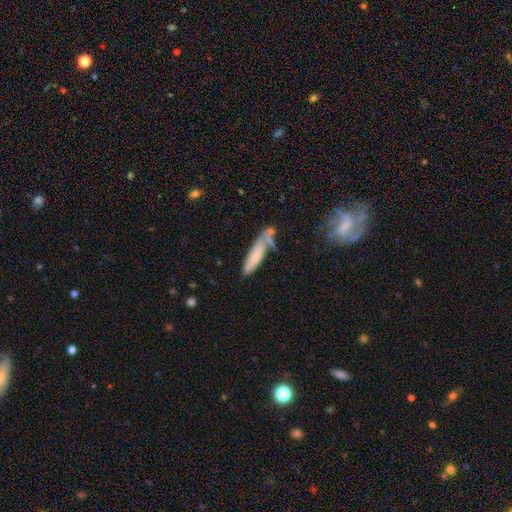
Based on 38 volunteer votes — Q: Smooth or featured?
A: smooth (74%); runner-up: featured or disk (24%)
Q: How rounded?
A: cigar-shaped (89%); runner-up: in between (7%)
Q: Merging?
A: none (62%); runner-up: minor disturbance (16%)